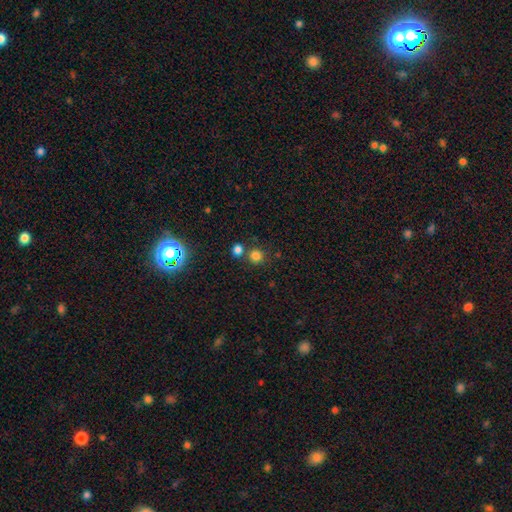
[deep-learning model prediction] The model was most divided on "merging": none: 70%, merger: 19%, minor disturbance: 7%, major disturbance: 3%. More confident: how rounded — round (92%); smooth or featured — smooth (79%).